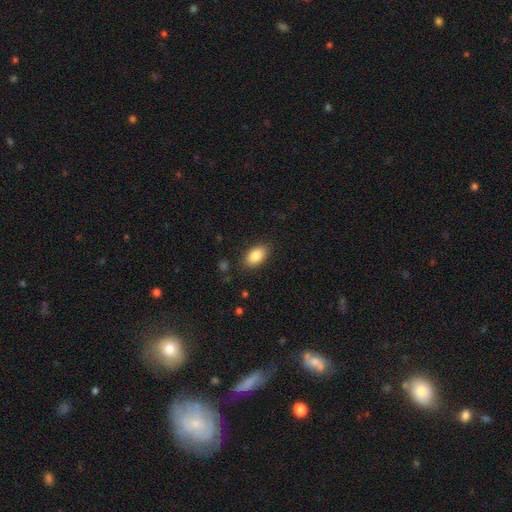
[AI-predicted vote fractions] Q: Smooth or featured?
A: smooth (85%); runner-up: featured or disk (8%)
Q: How rounded?
A: in between (91%); runner-up: round (7%)
Q: Merging?
A: none (85%); runner-up: minor disturbance (11%)